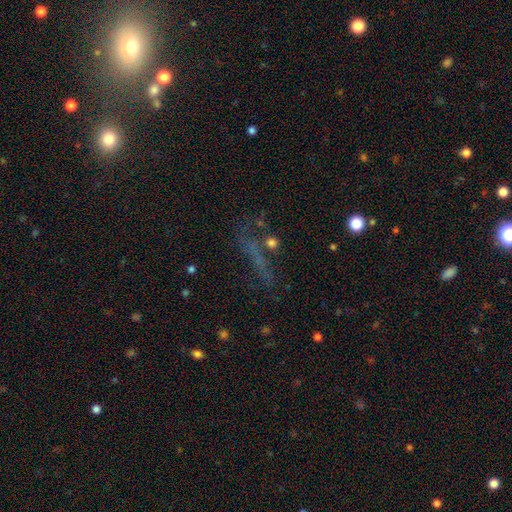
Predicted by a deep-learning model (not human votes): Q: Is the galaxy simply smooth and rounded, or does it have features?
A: star or artifact — 40%.